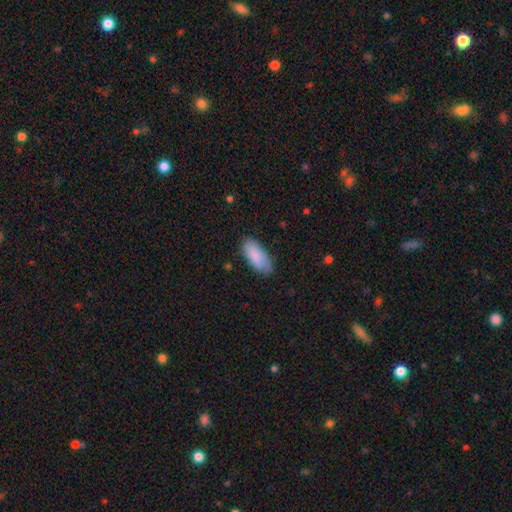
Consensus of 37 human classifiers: A smooth galaxy with no disk features (92%) that is in between round and cigar-shaped (97%). Merging: none (70%).